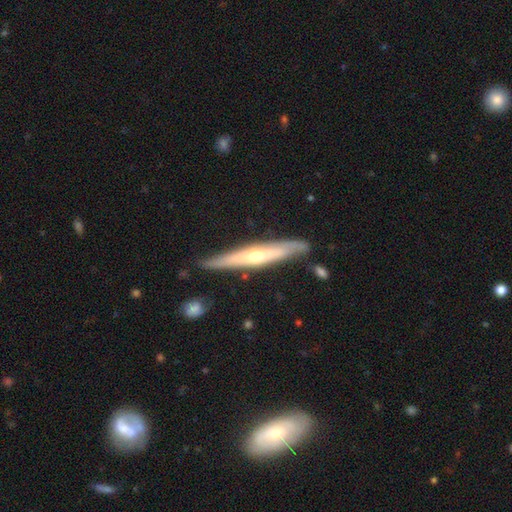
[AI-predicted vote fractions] Smooth or featured?
  - featured or disk: 66% *
  - smooth: 28%
  - star or artifact: 5%
Edge-on disk?
  - yes: 90% *
  - no: 10%
Edge-on bulge?
  - rounded: 78% *
  - none: 16%
  - boxy: 5%
Merging?
  - none: 80% *
  - minor disturbance: 14%
  - merger: 3%
  - major disturbance: 3%